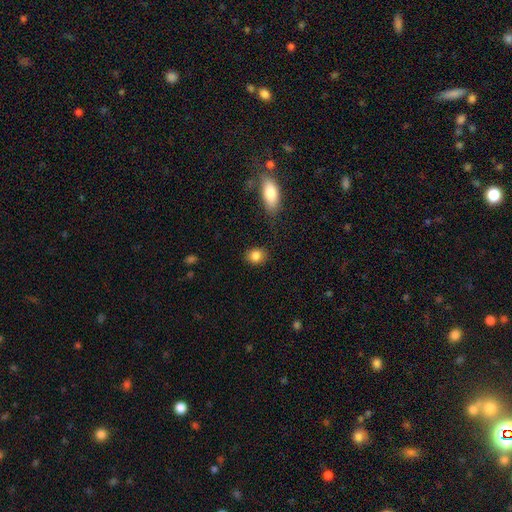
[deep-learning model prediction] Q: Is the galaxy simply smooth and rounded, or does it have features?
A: smooth — 84%.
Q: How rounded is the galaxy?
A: round — 62%.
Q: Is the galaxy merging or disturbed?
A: none — 85%.